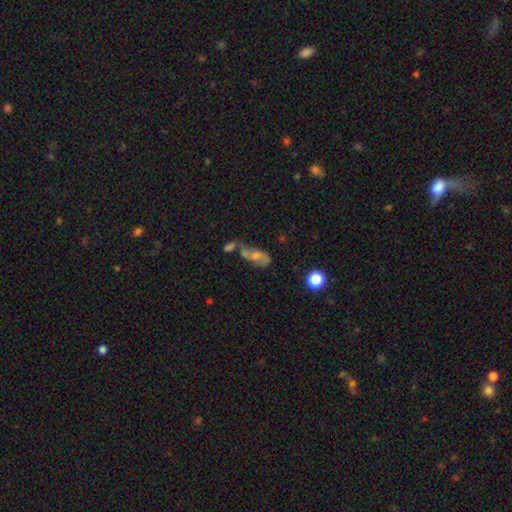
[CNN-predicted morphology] type=featured or disk (54%); edge-on=no (88%); merging=none (34%, tied with merger).